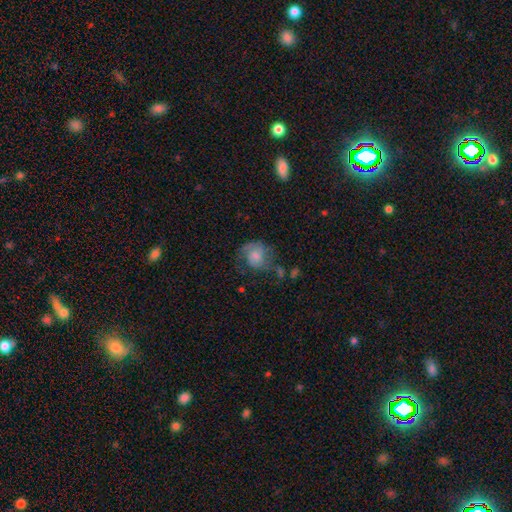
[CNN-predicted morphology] Q: Smooth or featured?
A: smooth (49%); runner-up: featured or disk (42%)
Q: Merging?
A: none (47%); runner-up: minor disturbance (26%)